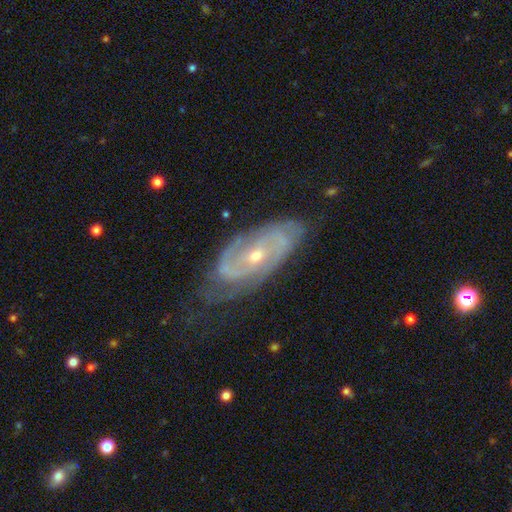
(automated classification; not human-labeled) Morphology: type=featured or disk (87%); edge-on=no (93%); bar=no (62%); spiral arms=yes (95%); winding=tight (61%); arm count=2 (51%); bulge=small (60%); merging=none (66%).